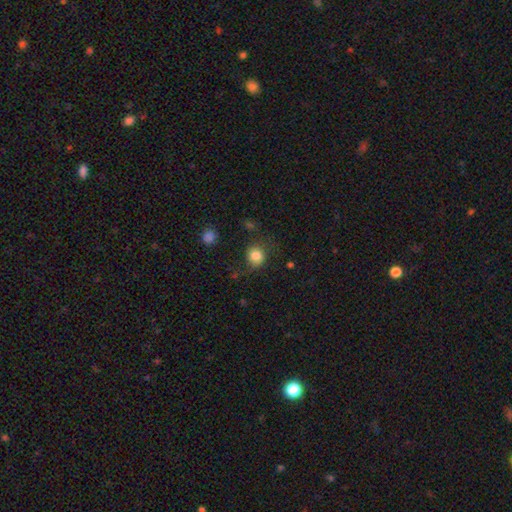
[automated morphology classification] smooth 82%, star or artifact 10%, featured or disk 8%. Down the decision tree: how rounded — round (77%); merging — none (72%).